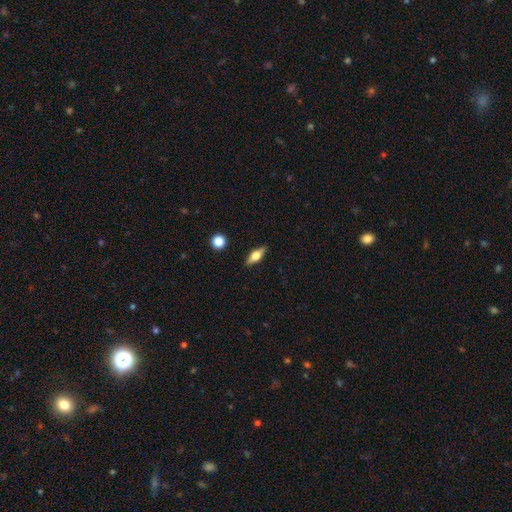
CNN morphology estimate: This is possibly a featured or disk galaxy (50%). It is clearly viewed edge-on (92%). Merging: clearly none (88%).